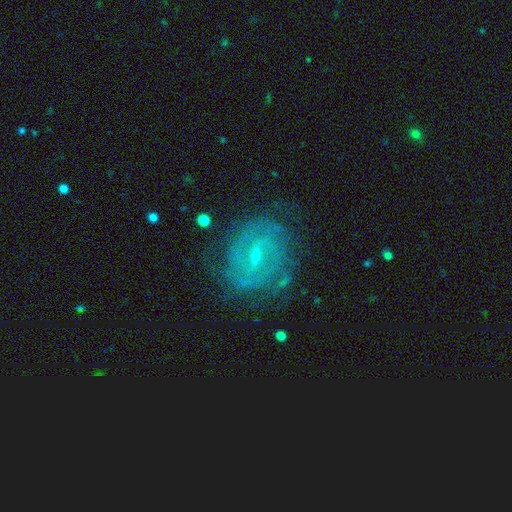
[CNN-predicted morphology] A featured or disk galaxy (81%) with a weak bar (59%), 2 (58%) tight (55%) spiral arms (92%) and a small central bulge (60%).

Vote fractions:
- Smooth or featured? featured or disk: 81% / smooth: 11% / star or artifact: 8%
- Edge-on disk? no: 97% / yes: 3%
- Bar? weak: 59% / strong: 25% / no: 16%
- Spiral arms? yes: 92% / no: 8%
- Spiral winding? tight: 55% / medium: 36% / loose: 9%
- Spiral arm count? 2: 58% / can't tell: 25% / 3: 8% / 1: 3% / 4: 3% / more than 4: 3%
- Bulge size? small: 60% / moderate: 24% / none: 13% / large: 1% / dominant: 1%
- Merging? none: 76% / minor disturbance: 15% / major disturbance: 7% / merger: 2%